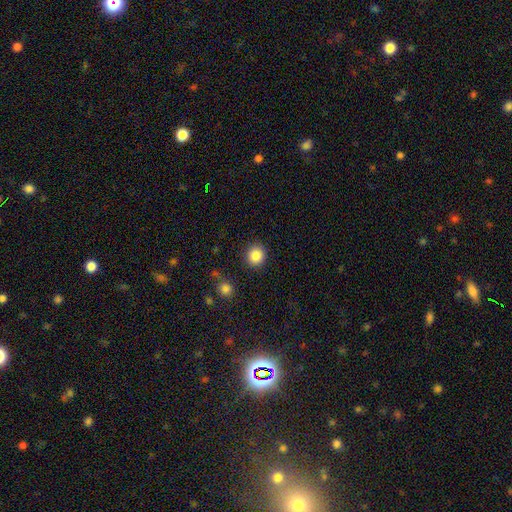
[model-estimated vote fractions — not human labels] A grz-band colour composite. It shows a smooth galaxy with no disk features (86%) that is round (89%). Merging: none (89%).